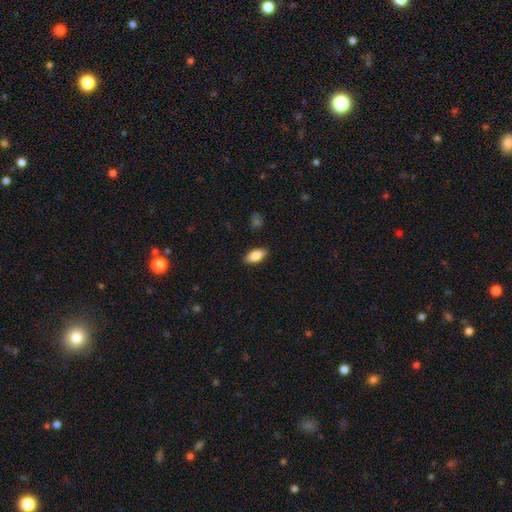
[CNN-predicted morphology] The model was most divided on "smooth or featured": smooth: 80%, featured or disk: 13%, star or artifact: 7%. More confident: merging — none (88%); how rounded — in between (86%).